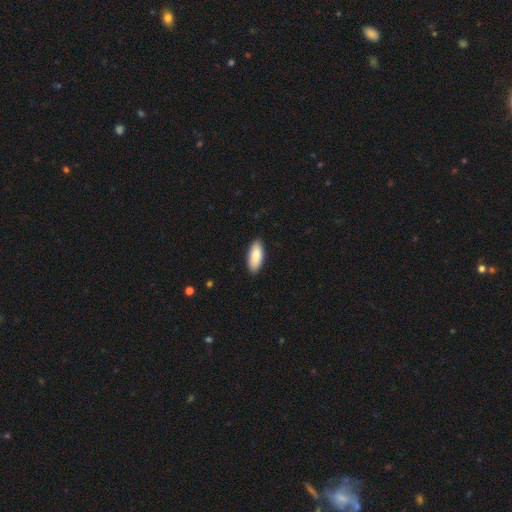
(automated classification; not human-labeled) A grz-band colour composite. It shows a smooth galaxy with no disk features (87%) that is in between round and cigar-shaped (85%). Merging: none (90%).